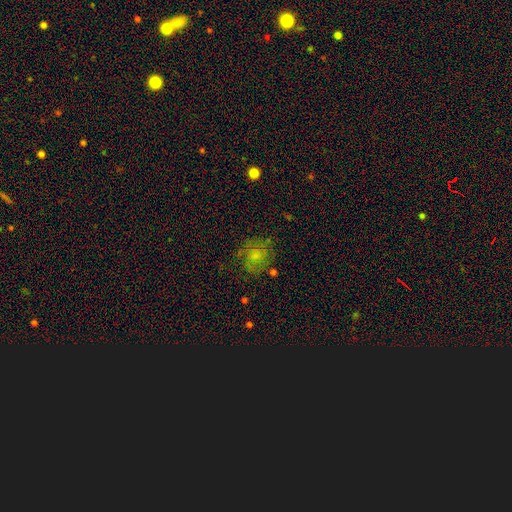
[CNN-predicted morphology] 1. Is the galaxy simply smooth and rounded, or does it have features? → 51% smooth, 35% featured or disk, 13% star or artifact.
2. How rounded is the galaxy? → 73% round, 26% in between, 1% cigar-shaped.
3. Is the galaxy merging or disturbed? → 65% none, 20% minor disturbance, 12% major disturbance, 3% merger.